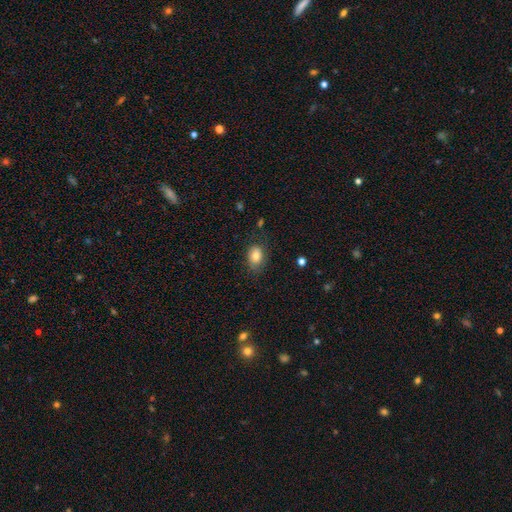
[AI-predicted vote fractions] smooth-or-featured: smooth: 79% | featured or disk: 12% | star or artifact: 8%
  how-rounded: in between: 81% | round: 18% | cigar-shaped: 1%
  merging: none: 69% | minor disturbance: 22% | major disturbance: 8% | merger: 1%